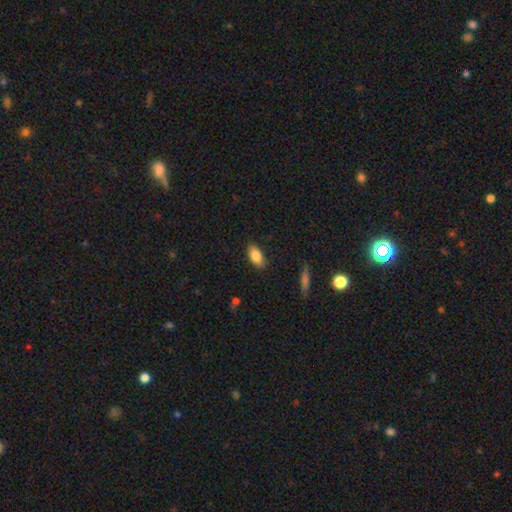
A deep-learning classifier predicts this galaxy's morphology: smooth-or-featured: smooth: 83% | featured or disk: 10% | star or artifact: 7%
  how-rounded: in between: 90% | cigar-shaped: 7% | round: 4%
  merging: none: 85% | minor disturbance: 11% | major disturbance: 2% | merger: 1%